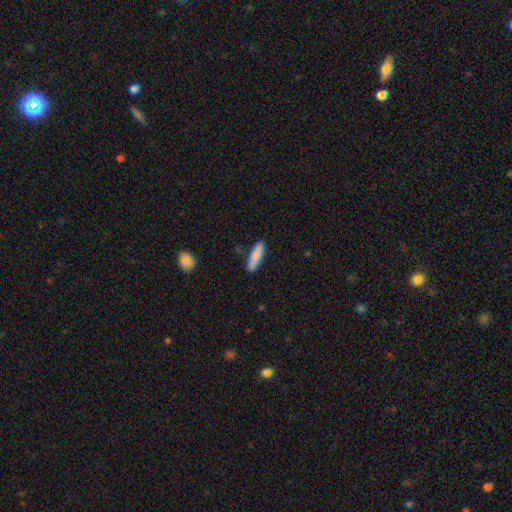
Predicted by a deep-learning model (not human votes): Q: Smooth or featured?
A: smooth (84%); runner-up: featured or disk (10%)
Q: How rounded?
A: cigar-shaped (78%); runner-up: in between (20%)
Q: Merging?
A: none (85%); runner-up: minor disturbance (11%)